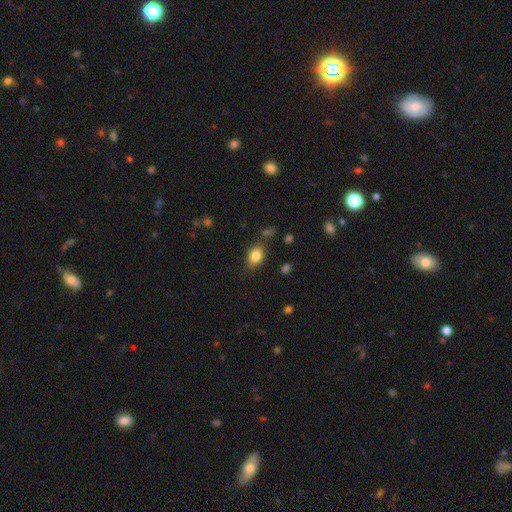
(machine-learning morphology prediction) smooth 82%, star or artifact 9%, featured or disk 9%. Down the decision tree: how rounded — in between (78%); merging — none (73%).